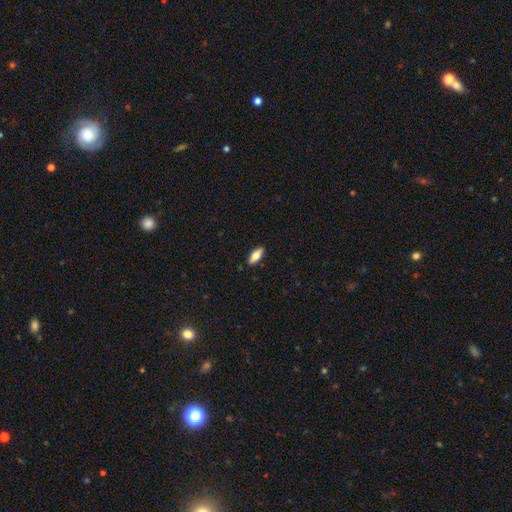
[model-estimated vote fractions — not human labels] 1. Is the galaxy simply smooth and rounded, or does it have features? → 72% smooth, 22% featured or disk, 6% star or artifact.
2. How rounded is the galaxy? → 73% in between, 24% cigar-shaped, 2% round.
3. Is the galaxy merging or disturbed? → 89% none, 8% minor disturbance, 2% major disturbance, 1% merger.